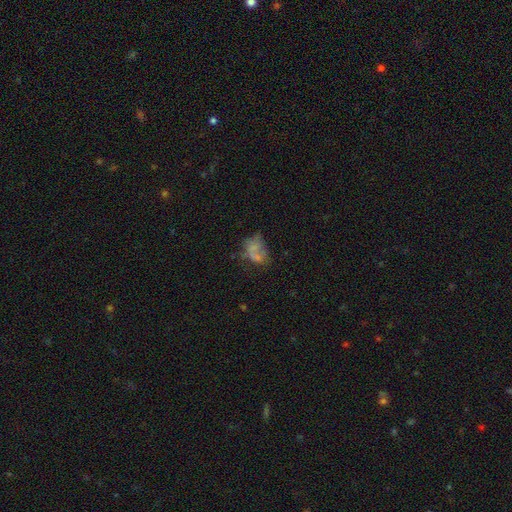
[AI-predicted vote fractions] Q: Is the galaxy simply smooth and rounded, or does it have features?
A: smooth — 40%.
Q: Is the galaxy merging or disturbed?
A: none — 41%.